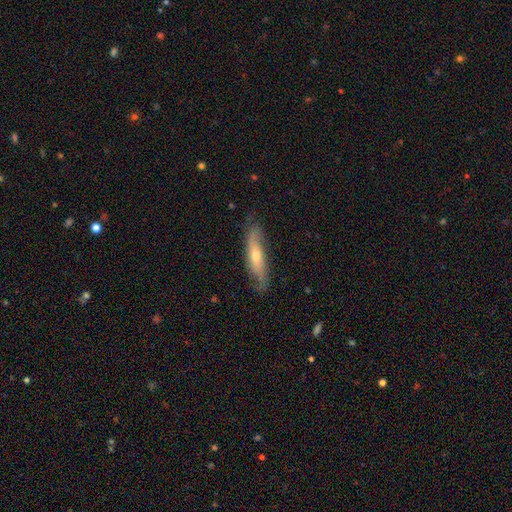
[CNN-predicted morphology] Smooth or featured? featured or disk (58%)
Edge-on disk? no (52%)
Merging? none (75%)